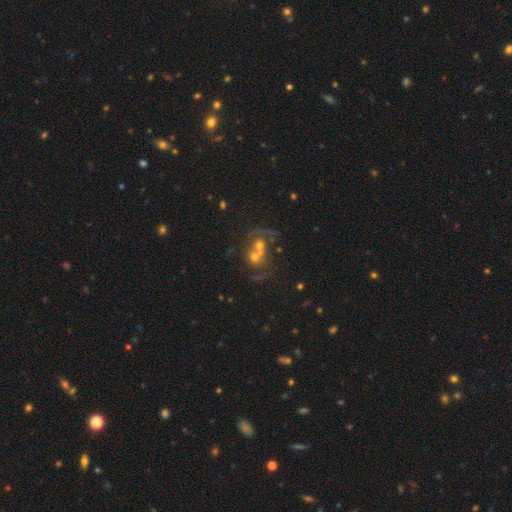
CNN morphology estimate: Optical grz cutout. It shows a featured or disk galaxy (46%). Merging: merger (67%).